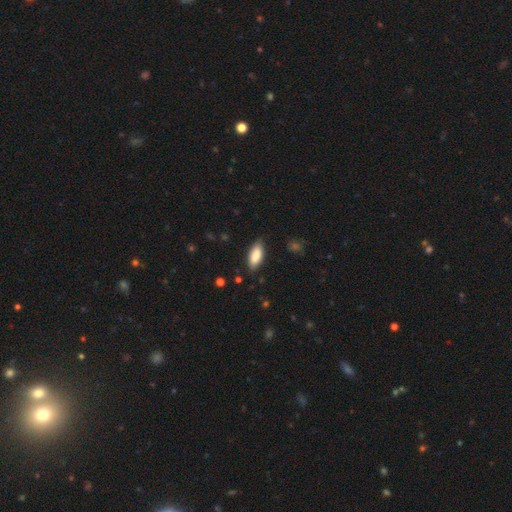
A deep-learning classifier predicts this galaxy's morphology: smooth_or_featured: smooth (p=0.86) [alt: featured or disk p=0.08]
how_rounded: in between (p=0.83) [alt: cigar-shaped p=0.15]
merging: none (p=0.82) [alt: minor disturbance p=0.14]